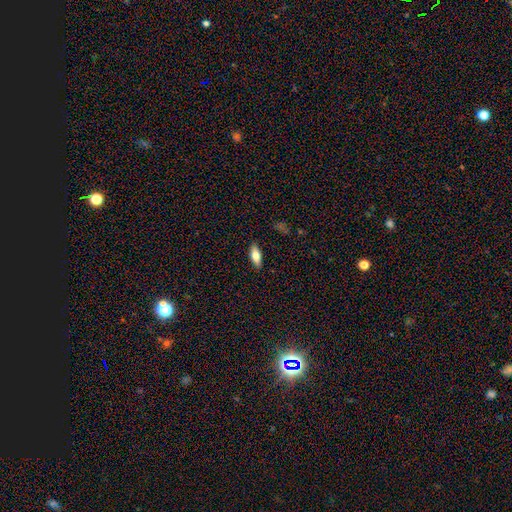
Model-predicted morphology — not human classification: A smooth galaxy with no disk features (70%) that is in between round and cigar-shaped (73%). Merging: none (88%).